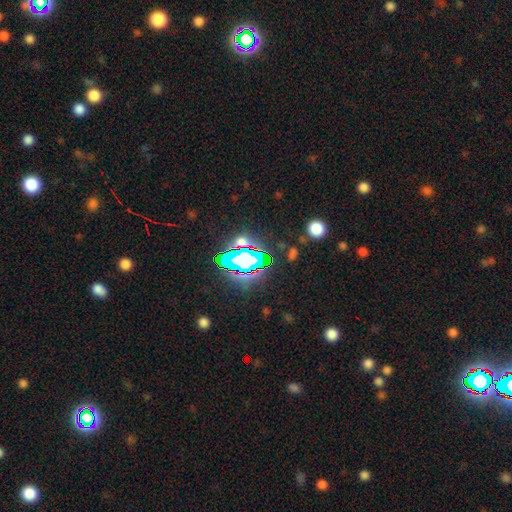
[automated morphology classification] Q: Smooth or featured?
A: star or artifact (79%); runner-up: smooth (12%)